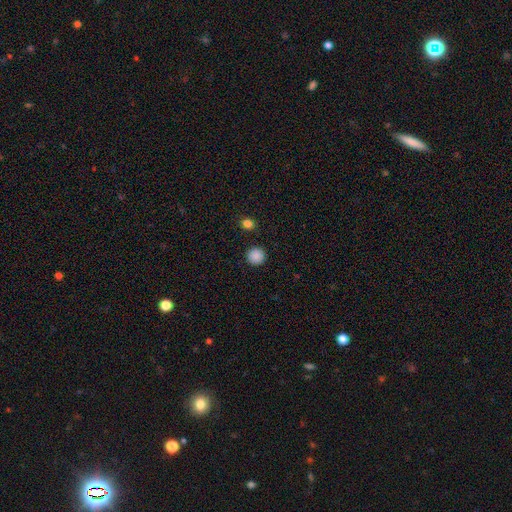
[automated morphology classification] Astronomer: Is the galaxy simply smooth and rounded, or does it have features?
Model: smooth — 88%.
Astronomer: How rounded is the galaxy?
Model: round — 95%.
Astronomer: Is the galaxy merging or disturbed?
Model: none — 91%.